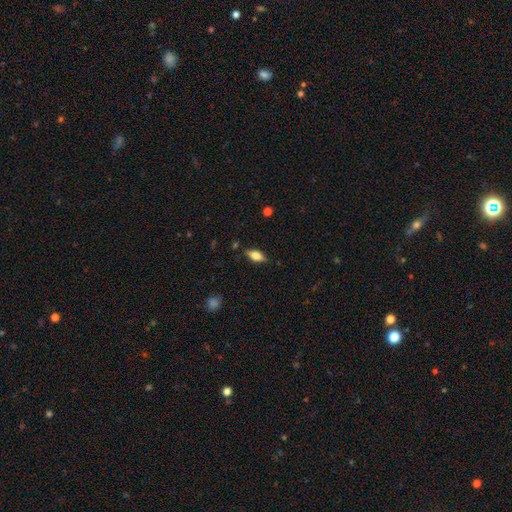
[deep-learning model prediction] Q: Smooth or featured?
A: smooth (67%); runner-up: featured or disk (25%)
Q: How rounded?
A: in between (80%); runner-up: cigar-shaped (17%)
Q: Merging?
A: none (83%); runner-up: minor disturbance (12%)